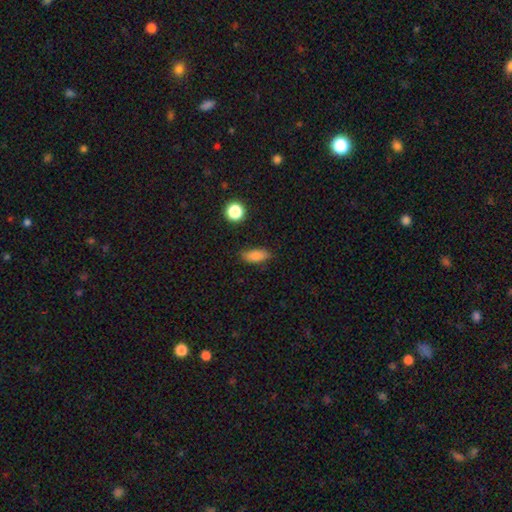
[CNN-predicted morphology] Q: Smooth or featured?
A: smooth (81%); runner-up: featured or disk (10%)
Q: How rounded?
A: in between (78%); runner-up: cigar-shaped (16%)
Q: Merging?
A: none (79%); runner-up: minor disturbance (16%)